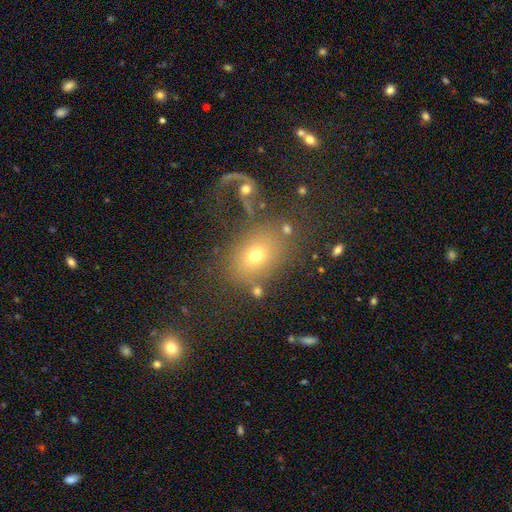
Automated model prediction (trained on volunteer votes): smooth 60%, featured or disk 24%, star or artifact 16%. Down the decision tree: how rounded — in between (61%); merging — none (60%).